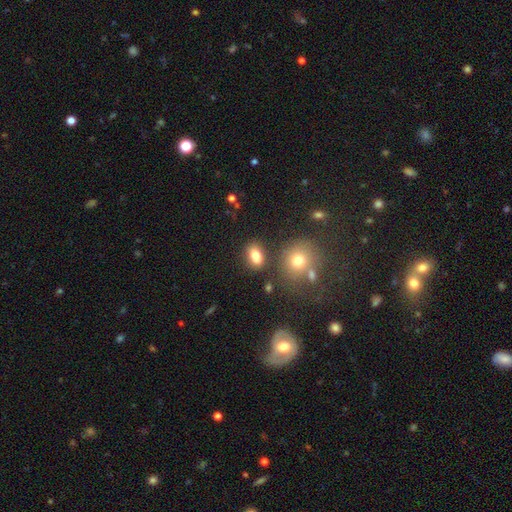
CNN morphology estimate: Smooth or featured?
  - smooth: 80% *
  - star or artifact: 11%
  - featured or disk: 9%
How rounded?
  - in between: 79% *
  - round: 19%
  - cigar-shaped: 2%
Merging?
  - none: 78% *
  - minor disturbance: 11%
  - merger: 8%
  - major disturbance: 3%